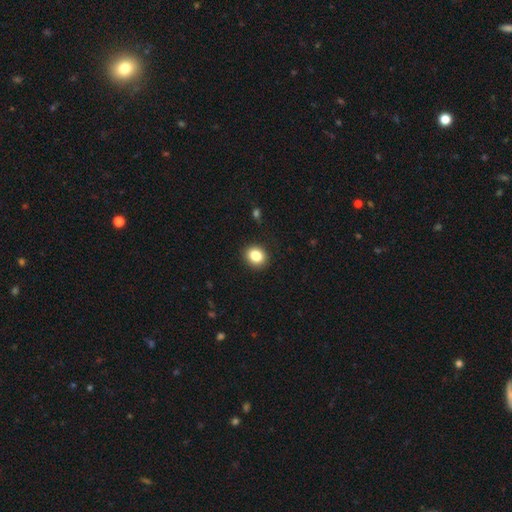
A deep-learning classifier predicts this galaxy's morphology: This is clearly a smooth galaxy (85%). How rounded: likely round (67%). Merging: clearly none (90%).